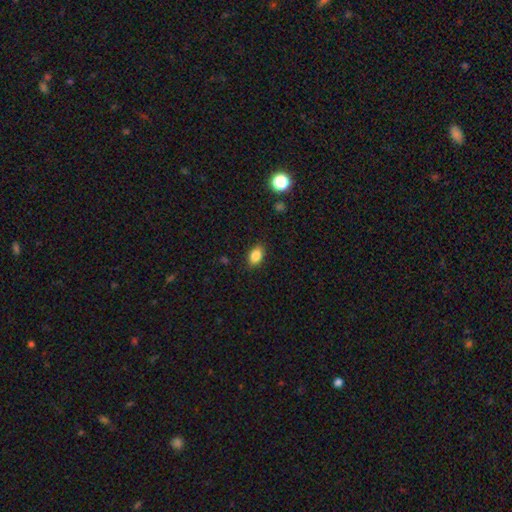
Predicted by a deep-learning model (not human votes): smooth 85%, star or artifact 10%, featured or disk 5%. Down the decision tree: how rounded — in between (85%); merging — none (85%).